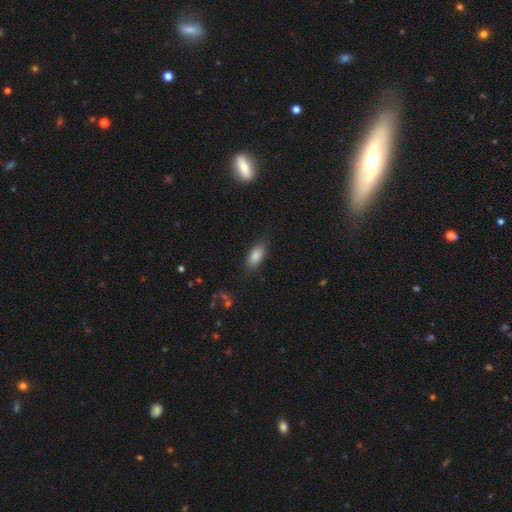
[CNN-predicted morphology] Smooth or featured: smooth — 84% (featured or disk — 9%)
How rounded: in between — 90% (cigar-shaped — 7%)
Merging: none — 81% (minor disturbance — 14%)